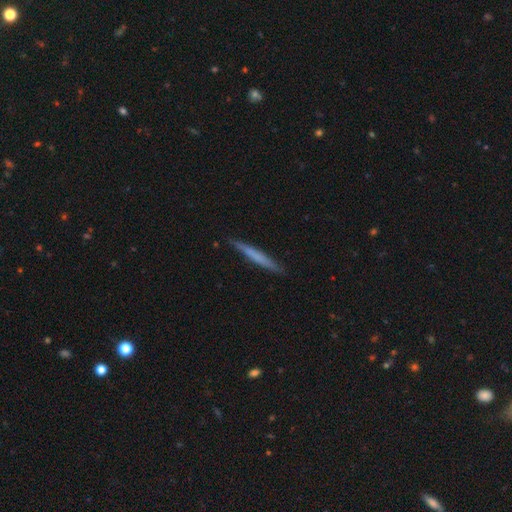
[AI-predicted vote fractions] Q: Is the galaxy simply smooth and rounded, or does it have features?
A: smooth — 58%.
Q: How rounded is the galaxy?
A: cigar-shaped — 97%.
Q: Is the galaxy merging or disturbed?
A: none — 90%.